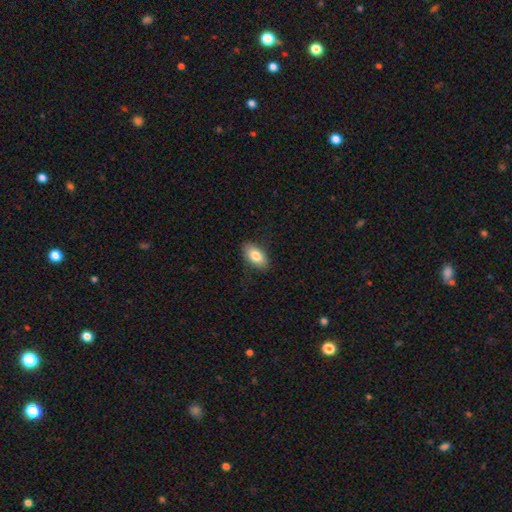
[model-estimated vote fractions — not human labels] A smooth galaxy with no disk features (81%) that is in between round and cigar-shaped (91%). Merging: none (85%).